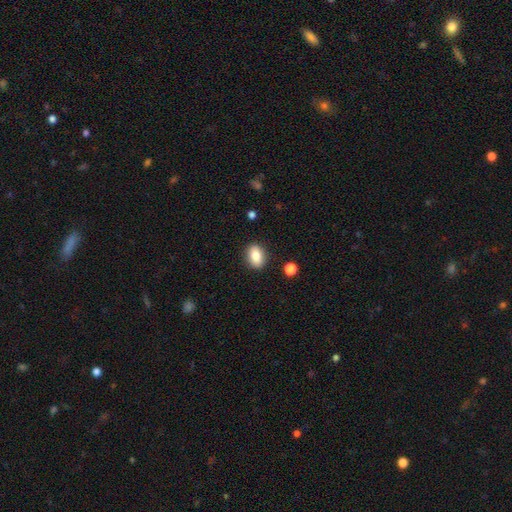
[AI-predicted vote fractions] smooth-or-featured: smooth: 84% | star or artifact: 8% | featured or disk: 8%
  how-rounded: in between: 79% | round: 19% | cigar-shaped: 2%
  merging: none: 88% | minor disturbance: 9% | major disturbance: 2% | merger: 2%